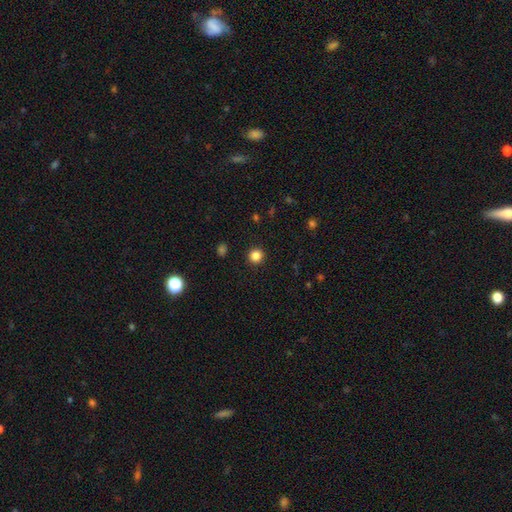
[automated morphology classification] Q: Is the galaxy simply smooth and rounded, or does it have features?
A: smooth — 84%.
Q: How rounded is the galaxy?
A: round — 94%.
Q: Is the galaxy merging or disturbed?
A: none — 92%.